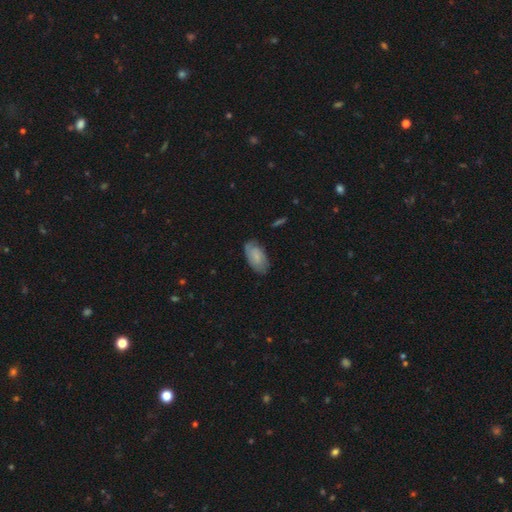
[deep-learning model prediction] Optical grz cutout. It shows a smooth galaxy with no disk features (64%) that is in between round and cigar-shaped (94%). Merging: none (74%).